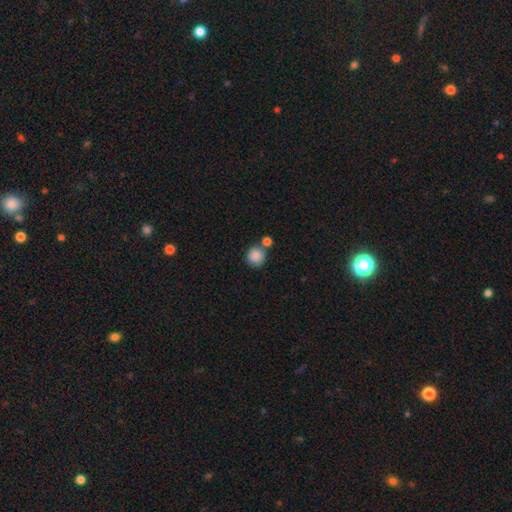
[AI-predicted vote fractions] smooth-or-featured: smooth: 88% | star or artifact: 8% | featured or disk: 5%
  how-rounded: round: 90% | in between: 9% | cigar-shaped: 1%
  merging: none: 63% | merger: 23% | minor disturbance: 11% | major disturbance: 3%